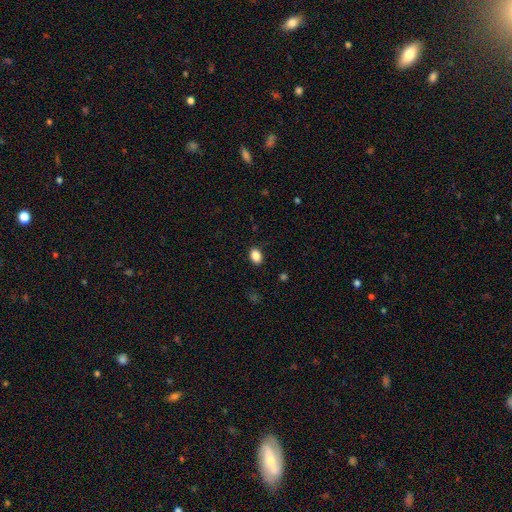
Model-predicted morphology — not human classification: Overall: smooth (87%). How rounded: in between (76%). Merging: none (88%).